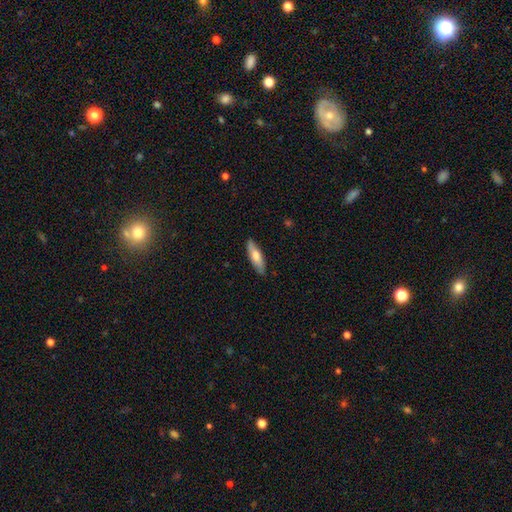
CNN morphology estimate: smooth-or-featured: smooth: 67% | featured or disk: 28% | star or artifact: 5%
  how-rounded: cigar-shaped: 55% | in between: 43% | round: 2%
  merging: none: 86% | minor disturbance: 11% | major disturbance: 2% | merger: 1%